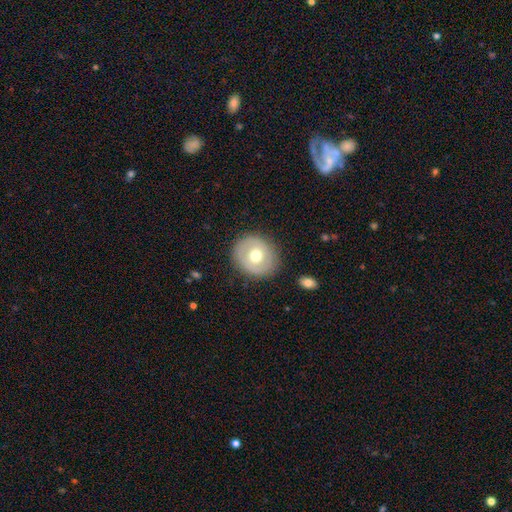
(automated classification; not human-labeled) Smooth or featured? Predicted: smooth (p=0.53). How rounded? Predicted: round (p=0.76). Merging? Predicted: none (p=0.84).